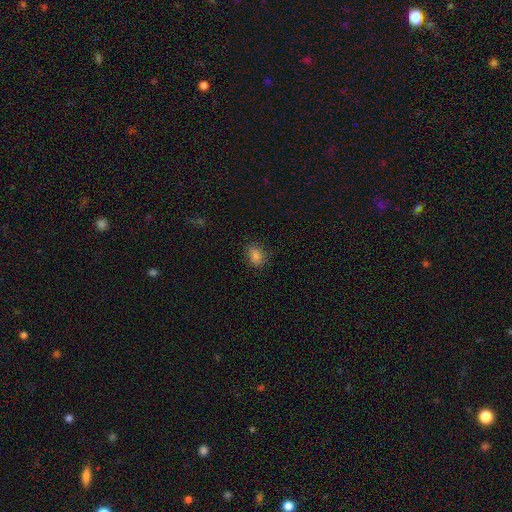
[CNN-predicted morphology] Smooth or featured? Predicted: smooth (p=0.83). How rounded? Predicted: in between (p=0.71). Merging? Predicted: none (p=0.81).